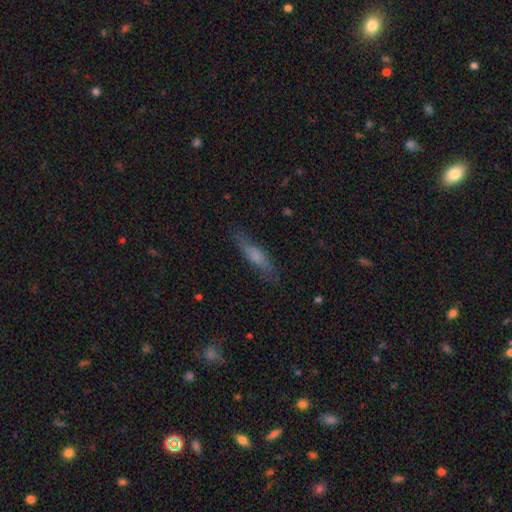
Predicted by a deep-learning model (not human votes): This is possibly a smooth galaxy (56%). How rounded: likely cigar-shaped (80%). Merging: likely none (80%).